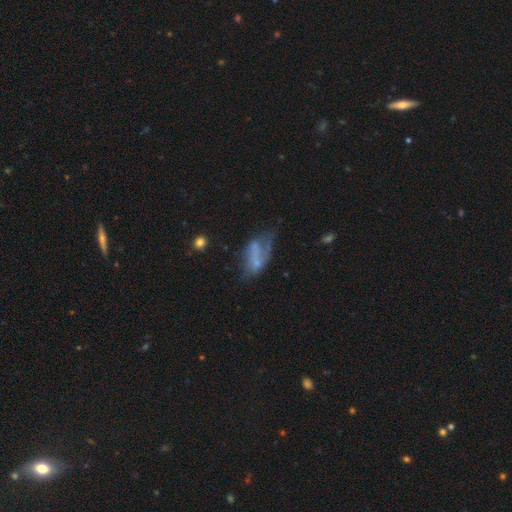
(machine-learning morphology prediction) smooth-or-featured: smooth: 44% | featured or disk: 43% | star or artifact: 14%
  merging: major disturbance: 36% | none: 28% | minor disturbance: 25% | merger: 12%